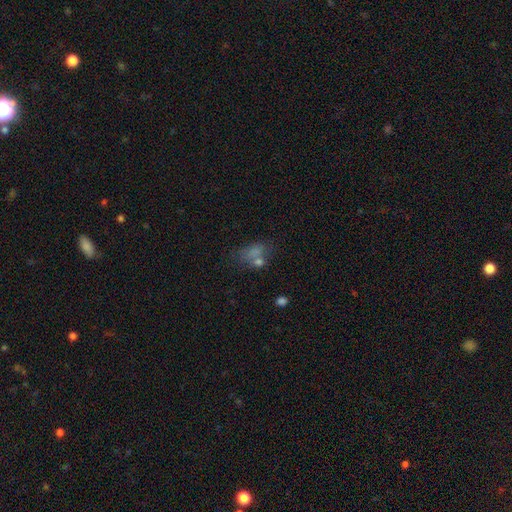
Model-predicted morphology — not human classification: Overall: smooth (65%). How rounded: in between (75%). Merging: none (35%; merger 31%).